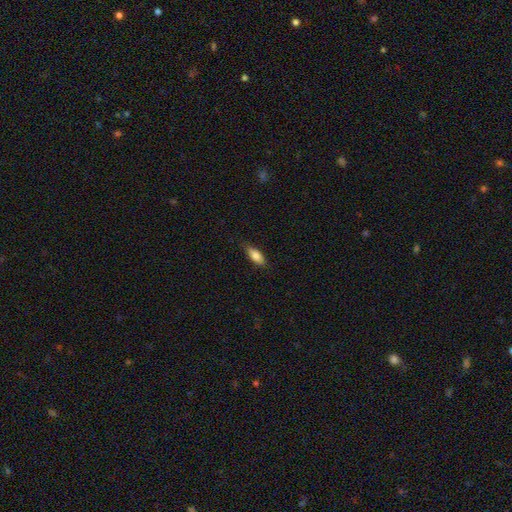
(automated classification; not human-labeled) smooth-or-featured: smooth: 80% | featured or disk: 13% | star or artifact: 7%
  how-rounded: in between: 70% | cigar-shaped: 28% | round: 2%
  merging: none: 83% | minor disturbance: 14% | major disturbance: 3% | merger: 1%